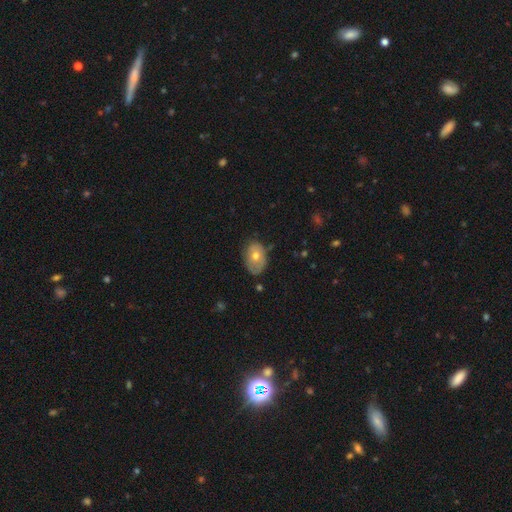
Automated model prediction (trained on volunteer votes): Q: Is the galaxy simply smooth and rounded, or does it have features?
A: smooth — 63%.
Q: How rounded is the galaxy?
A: in between — 78%.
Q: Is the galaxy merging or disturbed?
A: none — 63%.